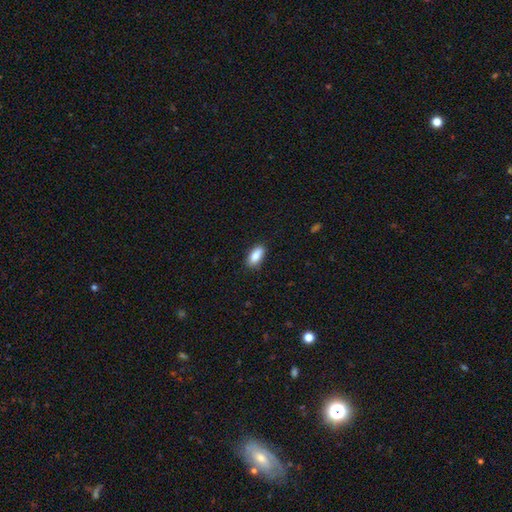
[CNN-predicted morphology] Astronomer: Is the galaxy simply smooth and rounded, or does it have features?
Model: smooth — 86%.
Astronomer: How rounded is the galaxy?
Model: in between — 86%.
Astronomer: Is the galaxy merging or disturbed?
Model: none — 83%.